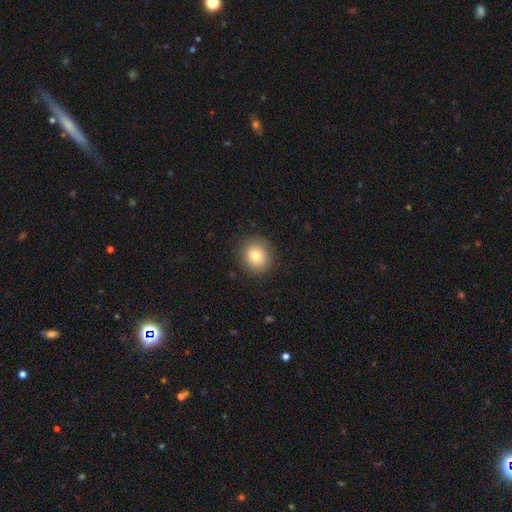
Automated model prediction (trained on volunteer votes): This appears to be a smooth galaxy with no disk features (80%) that is round (86%). Merging: none (88%).